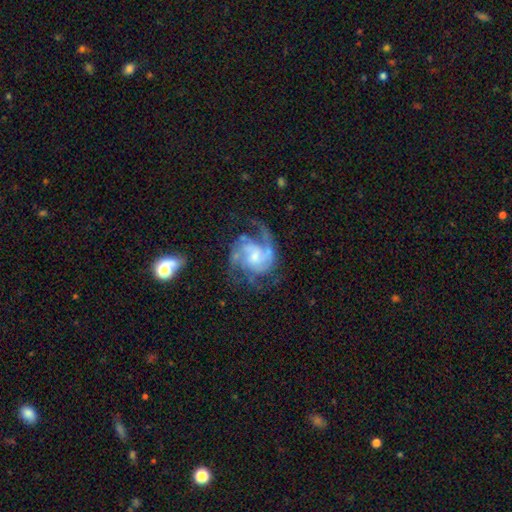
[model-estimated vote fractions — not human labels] The model was most divided on "bulge size": small: 42%, moderate: 40%, large: 8%, none: 8%, dominant: 2%. More confident: edge-on disk — no (98%); spiral arms — yes (97%); smooth or featured — featured or disk (89%); merging — none (61%); spiral arm count — 2 (60%); spiral winding — medium (52%); bar — no (51%).